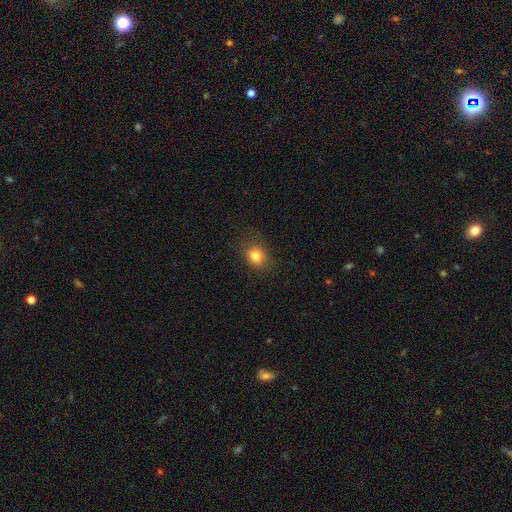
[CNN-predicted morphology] type=smooth (81%); roundness=round (53%); merging=none (82%).